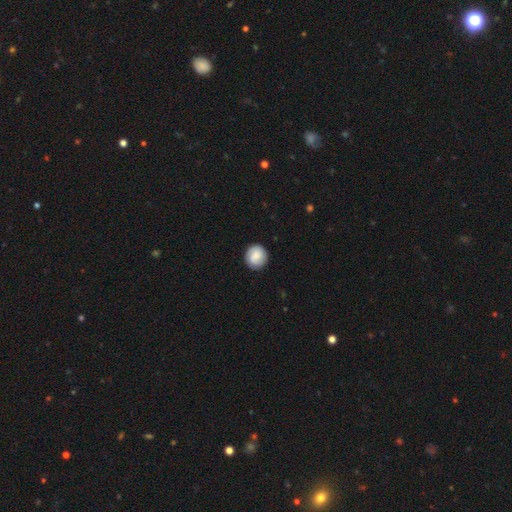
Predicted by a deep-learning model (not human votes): Smooth or featured?
  - smooth: 80% *
  - featured or disk: 13%
  - star or artifact: 7%
How rounded?
  - round: 88% *
  - in between: 11%
  - cigar-shaped: 1%
Merging?
  - none: 88% *
  - minor disturbance: 9%
  - major disturbance: 2%
  - merger: 1%